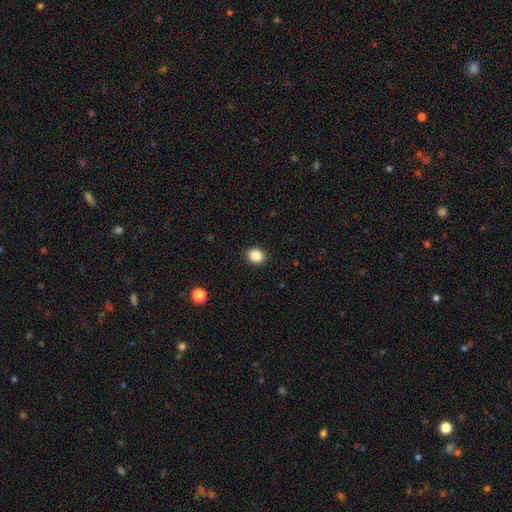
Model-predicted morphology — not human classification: This is clearly a smooth galaxy (87%). How rounded: likely round (64%). Merging: clearly none (91%).